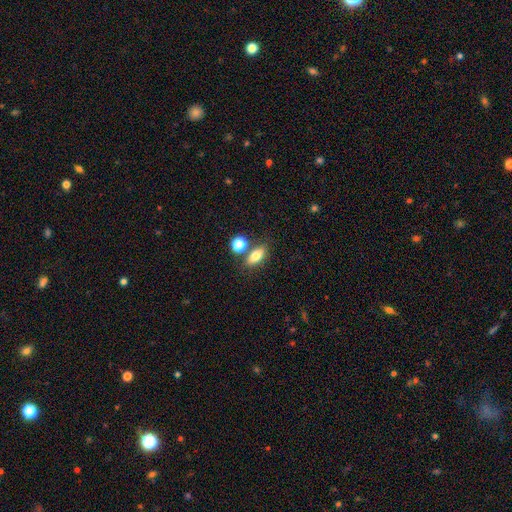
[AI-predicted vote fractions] A smooth galaxy with no disk features (76%) that is in between round and cigar-shaped (73%).

Vote fractions:
- Smooth or featured? smooth: 76% / featured or disk: 14% / star or artifact: 10%
- How rounded? in between: 73% / cigar-shaped: 15% / round: 12%
- Merging? none: 68% / merger: 16% / minor disturbance: 12% / major disturbance: 4%